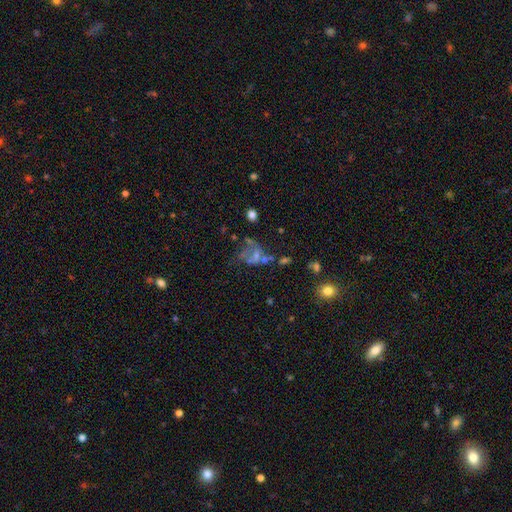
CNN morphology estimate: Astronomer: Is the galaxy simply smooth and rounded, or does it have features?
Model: featured or disk — 45% (runner-up: star or artifact, 31%).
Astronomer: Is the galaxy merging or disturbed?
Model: major disturbance — 36% (runner-up: none, 29%).